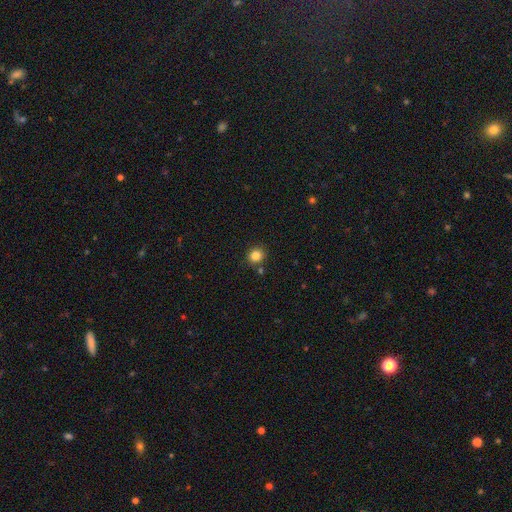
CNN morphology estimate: A smooth galaxy with no disk features (84%) that is round (84%). Merging: none (83%).